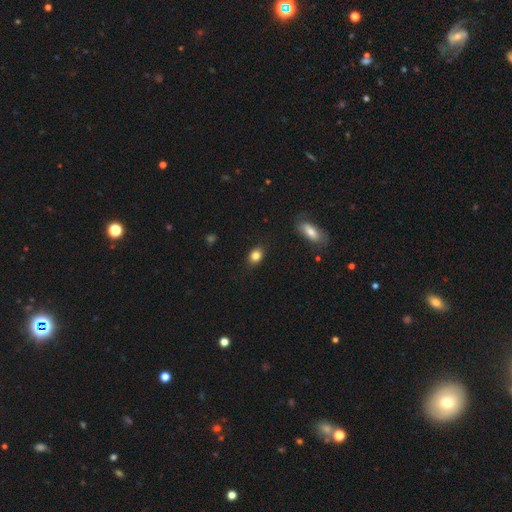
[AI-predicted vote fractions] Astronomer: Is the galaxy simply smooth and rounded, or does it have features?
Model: smooth — 83%.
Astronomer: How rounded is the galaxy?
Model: in between — 69%.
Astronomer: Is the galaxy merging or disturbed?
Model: none — 85%.